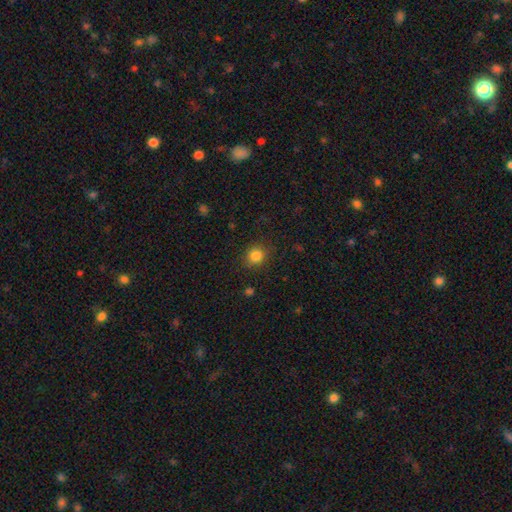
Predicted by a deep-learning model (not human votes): smooth-or-featured: smooth: 84% | star or artifact: 11% | featured or disk: 5%
  how-rounded: round: 81% | in between: 18% | cigar-shaped: 1%
  merging: none: 86% | minor disturbance: 10% | major disturbance: 3% | merger: 1%